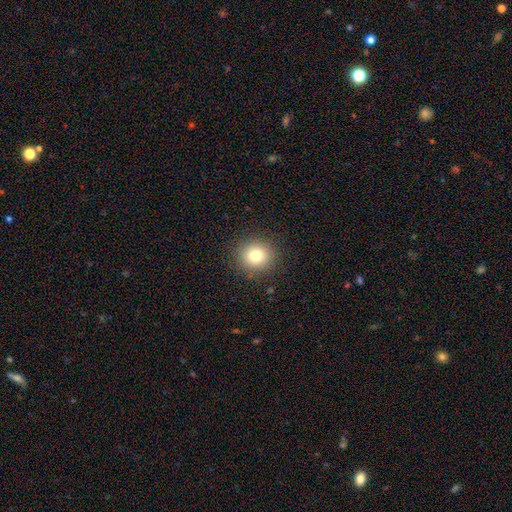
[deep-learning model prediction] smooth-or-featured: smooth: 80% | star or artifact: 12% | featured or disk: 8%
  how-rounded: round: 88% | in between: 11% | cigar-shaped: 1%
  merging: none: 89% | minor disturbance: 7% | major disturbance: 3% | merger: 1%